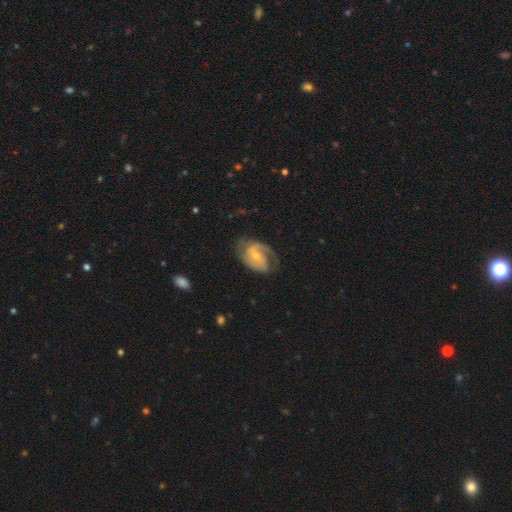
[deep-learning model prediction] Q: Smooth or featured?
A: featured or disk (82%); runner-up: smooth (13%)
Q: Edge-on disk?
A: no (97%); runner-up: yes (3%)
Q: Bar?
A: weak (47%); runner-up: no (36%)
Q: Spiral arms?
A: yes (94%); runner-up: no (6%)
Q: Spiral winding?
A: medium (48%); runner-up: tight (30%)
Q: Spiral arm count?
A: 2 (67%); runner-up: 1 (16%)
Q: Bulge size?
A: small (51%); runner-up: moderate (44%)
Q: Merging?
A: none (58%); runner-up: minor disturbance (24%)